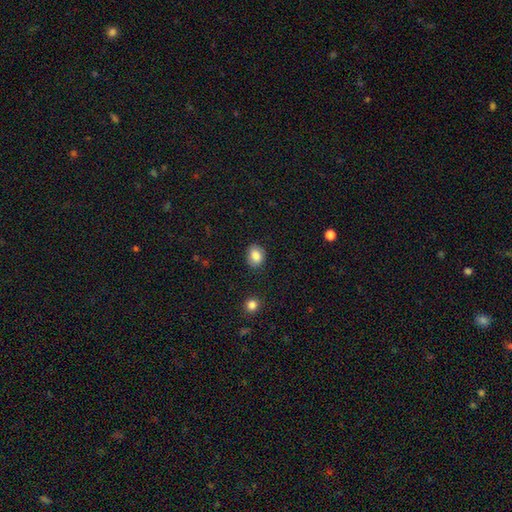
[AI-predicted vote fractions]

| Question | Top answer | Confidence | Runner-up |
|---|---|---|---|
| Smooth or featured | smooth | 86% | star or artifact (9%) |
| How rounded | in between | 51% | round (48%) |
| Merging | none | 83% | minor disturbance (12%) |